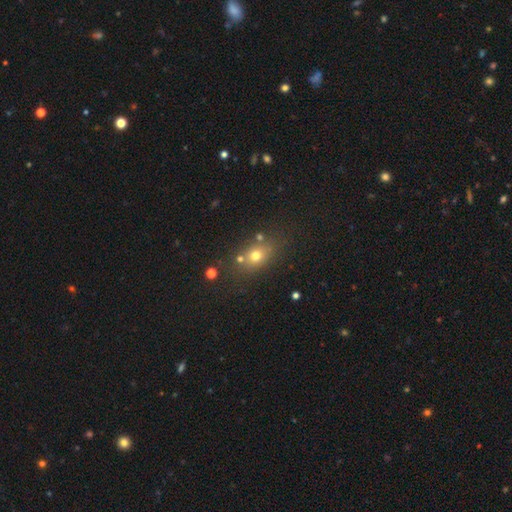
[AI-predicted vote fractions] Smooth or featured? smooth (68%)
How rounded? in between (51%)
Merging? none (70%)